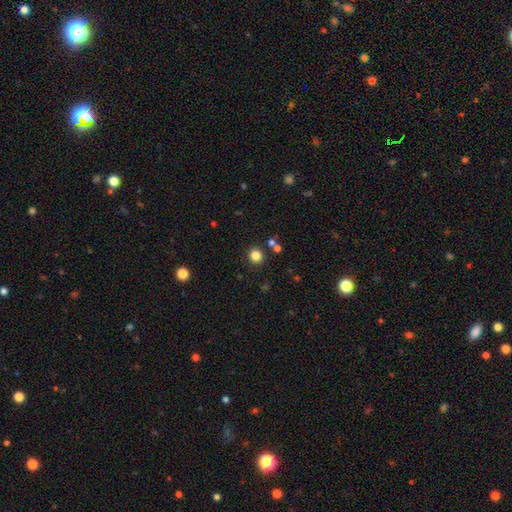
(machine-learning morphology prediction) A smooth galaxy with no disk features (82%) that is round (90%). Merging: none (87%).